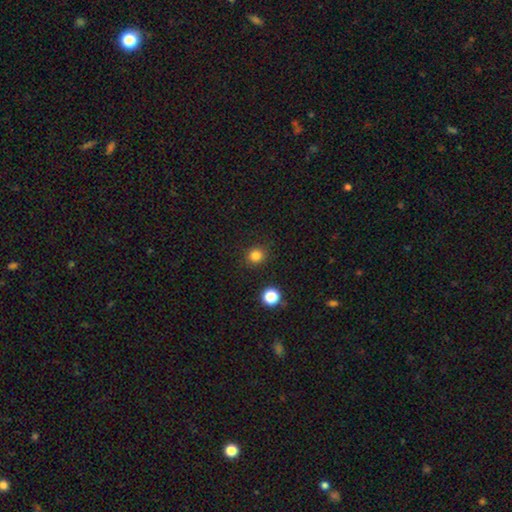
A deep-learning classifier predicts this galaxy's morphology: A smooth galaxy with no disk features (82%) that is round (89%). Merging: none (90%).